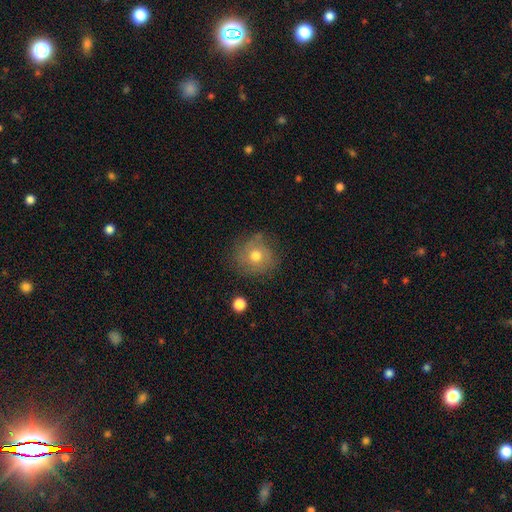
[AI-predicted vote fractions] smooth 62%, featured or disk 26%, star or artifact 12%. Down the decision tree: how rounded — round (88%); merging — none (73%).